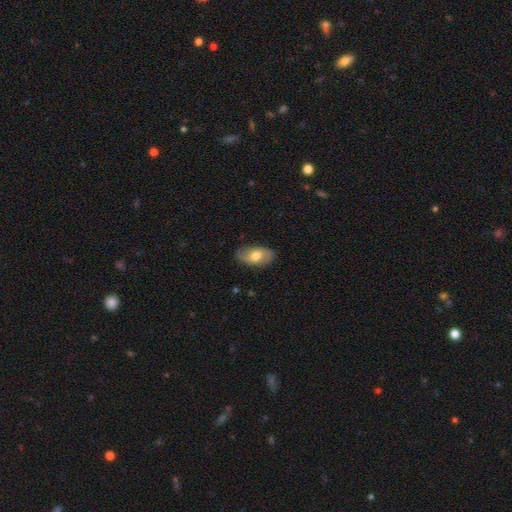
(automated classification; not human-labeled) Morphology: type=smooth (65%); roundness=in between (93%); merging=none (84%).